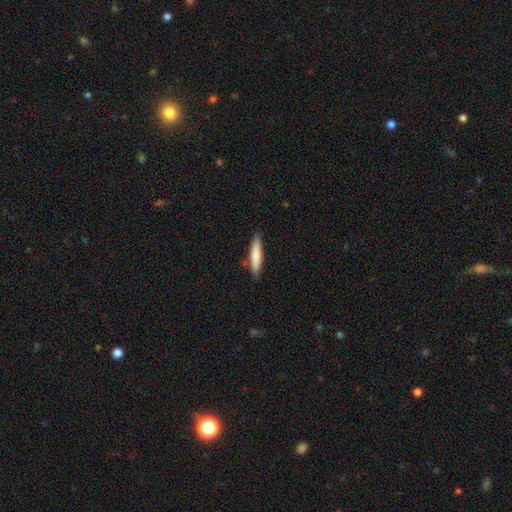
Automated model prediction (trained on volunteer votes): smooth 78%, featured or disk 17%, star or artifact 5%. Down the decision tree: how rounded — cigar-shaped (86%); merging — none (84%).